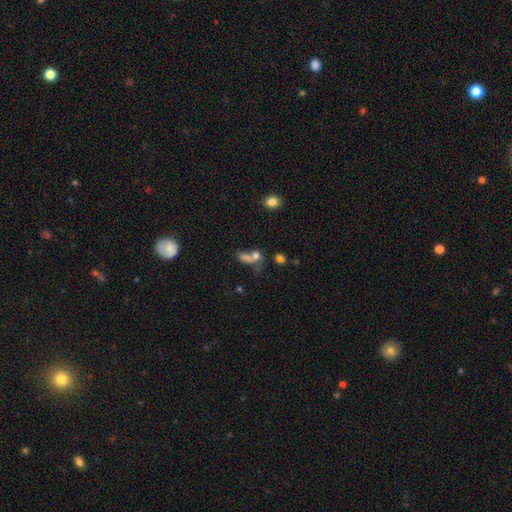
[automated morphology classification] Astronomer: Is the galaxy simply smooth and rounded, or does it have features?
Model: smooth — 58%.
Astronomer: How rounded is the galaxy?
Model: in between — 55% (runner-up: round, 35%).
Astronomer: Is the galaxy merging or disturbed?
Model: merger — 45% (runner-up: none, 28%).